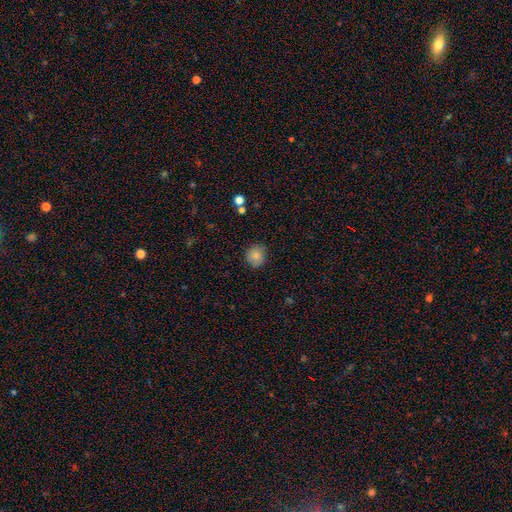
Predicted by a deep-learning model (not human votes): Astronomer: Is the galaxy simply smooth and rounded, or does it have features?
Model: smooth — 84%.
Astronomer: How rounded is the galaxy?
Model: round — 84%.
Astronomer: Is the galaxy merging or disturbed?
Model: none — 86%.